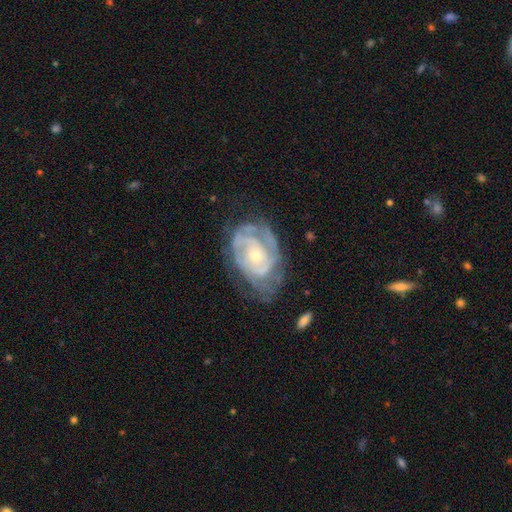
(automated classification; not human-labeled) featured or disk 83%, smooth 12%, star or artifact 6%. Down the decision tree: edge-on disk — no (97%); bar — no (75%); spiral arms — yes (88%); spiral arm count — can't tell (43%); spiral winding — tight (67%); bulge size — small (65%); merging — none (56%).